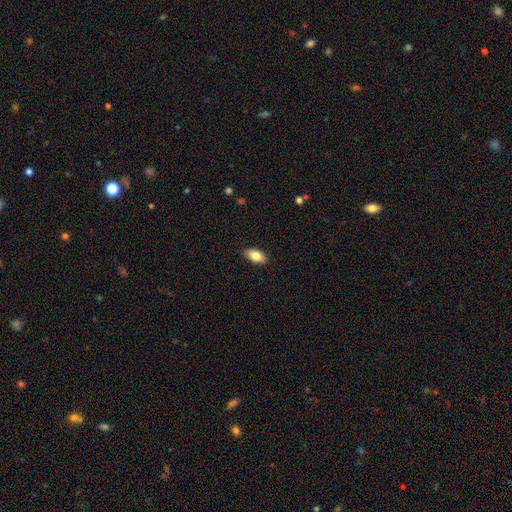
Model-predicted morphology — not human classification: type=smooth (82%); roundness=in between (92%); merging=none (89%).